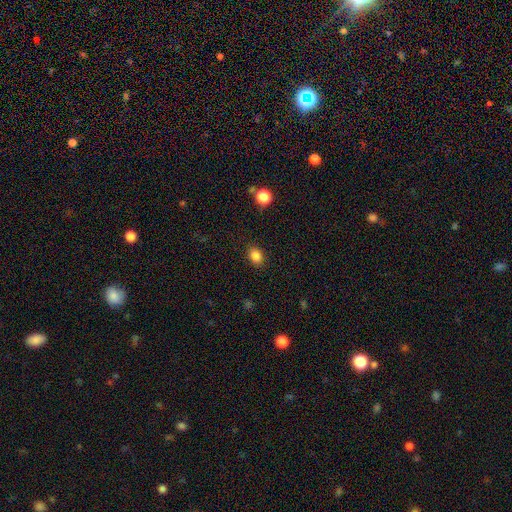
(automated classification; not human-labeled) This is clearly a smooth galaxy (85%). How rounded: likely in between (60%). Merging: clearly none (87%).